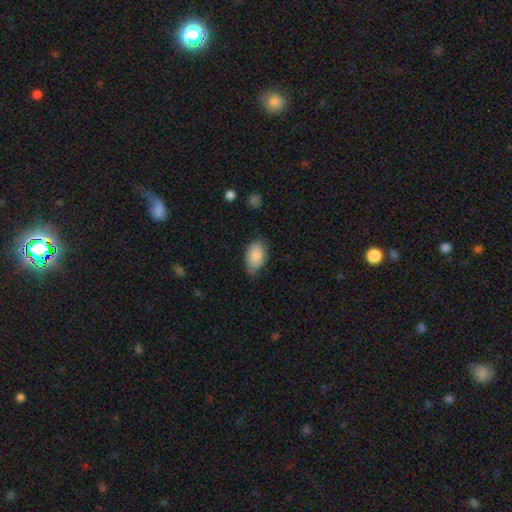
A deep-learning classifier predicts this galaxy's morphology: This is clearly a smooth galaxy (85%). How rounded: clearly in between (92%). Merging: likely none (64%).